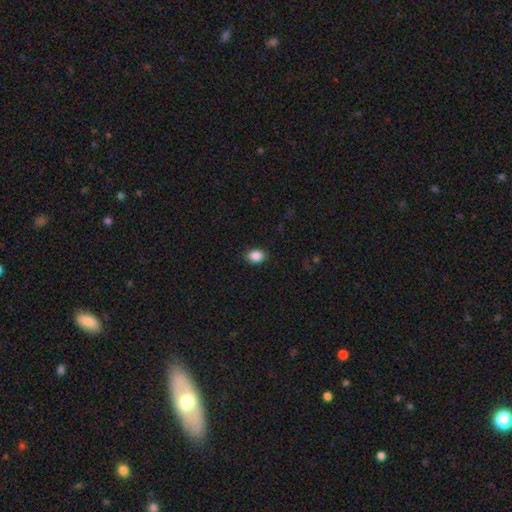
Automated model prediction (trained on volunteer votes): Smooth or featured?
  - smooth: 87% *
  - star or artifact: 9%
  - featured or disk: 4%
How rounded?
  - in between: 68% *
  - round: 31%
  - cigar-shaped: 1%
Merging?
  - none: 87% *
  - minor disturbance: 10%
  - major disturbance: 2%
  - merger: 1%